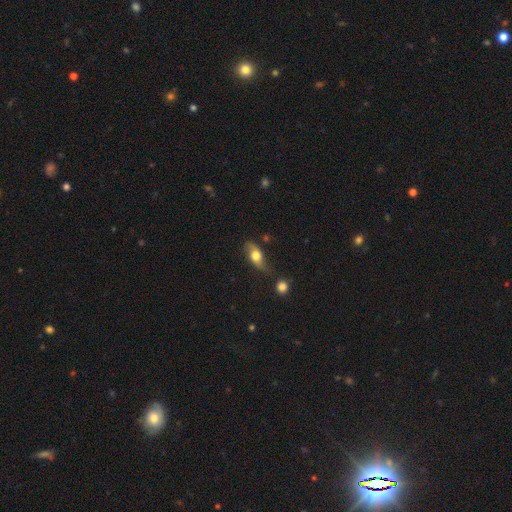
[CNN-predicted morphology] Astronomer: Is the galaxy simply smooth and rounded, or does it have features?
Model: smooth — 50% (runner-up: featured or disk, 42%).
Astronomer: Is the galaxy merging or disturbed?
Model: none — 64%.